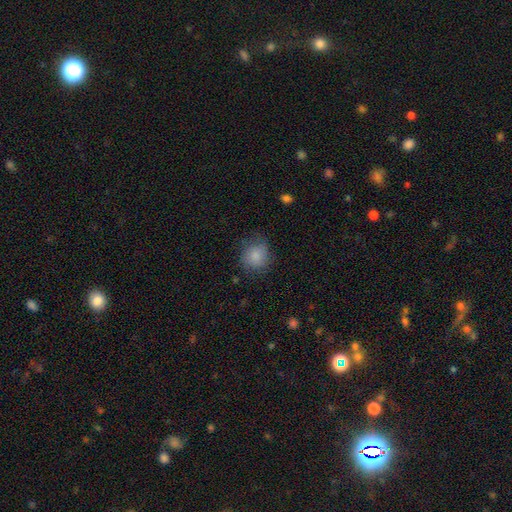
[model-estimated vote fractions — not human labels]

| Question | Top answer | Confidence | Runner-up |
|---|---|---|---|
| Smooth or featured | smooth | 85% | star or artifact (8%) |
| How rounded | round | 81% | in between (18%) |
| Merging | none | 70% | minor disturbance (22%) |